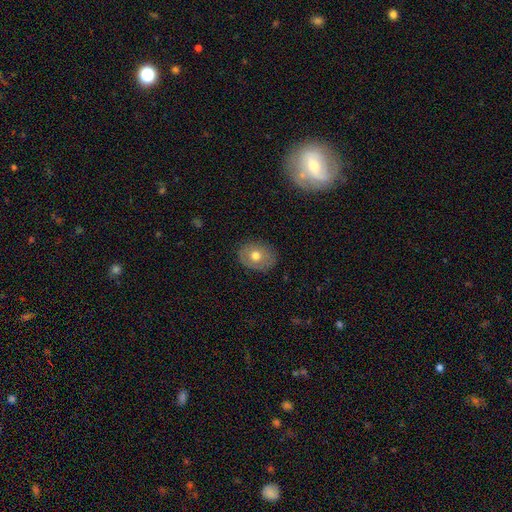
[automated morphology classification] Overall: smooth (64%; featured or disk 28%). How rounded: in between (54%; round 45%). Merging: none (83%).